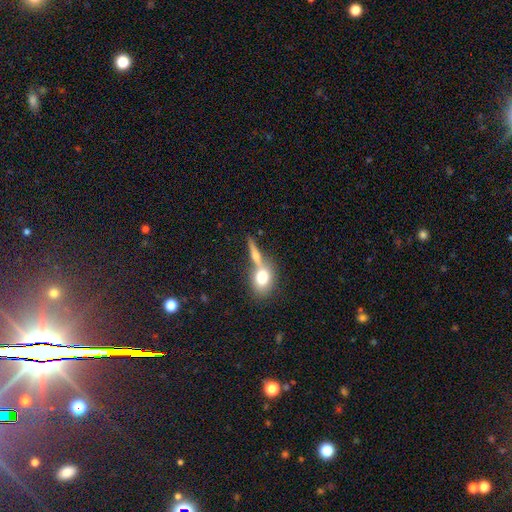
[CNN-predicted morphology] smooth-or-featured: smooth: 59% | featured or disk: 32% | star or artifact: 9%
  how-rounded: in between: 39% | cigar-shaped: 32% | round: 29%
  merging: none: 44% | merger: 43% | minor disturbance: 9% | major disturbance: 5%